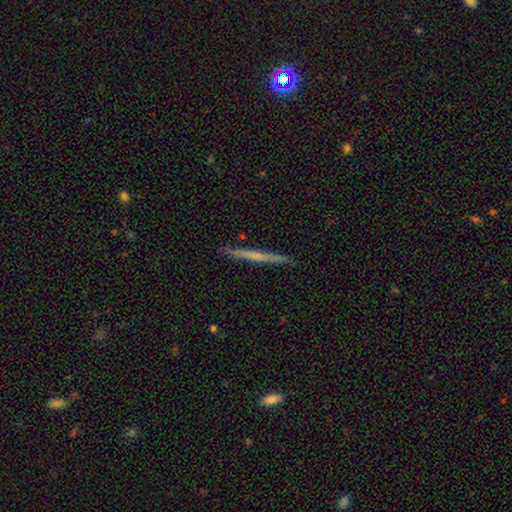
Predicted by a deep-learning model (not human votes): smooth 48%, featured or disk 46%, star or artifact 6%. Down the decision tree: merging — none (91%).